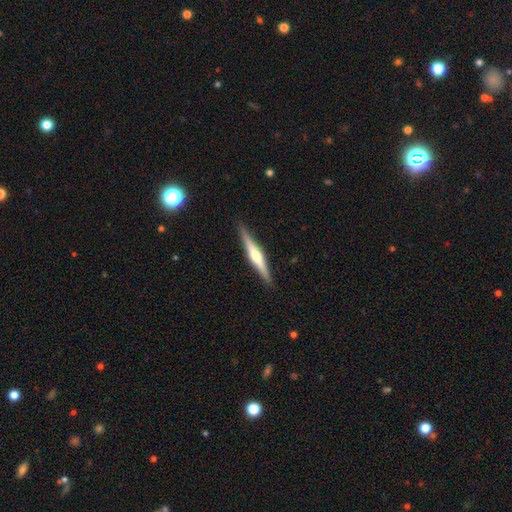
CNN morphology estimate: featured or disk 72%, smooth 24%, star or artifact 5%. Down the decision tree: edge-on disk — yes (98%); edge-on bulge — rounded (86%); merging — none (91%).